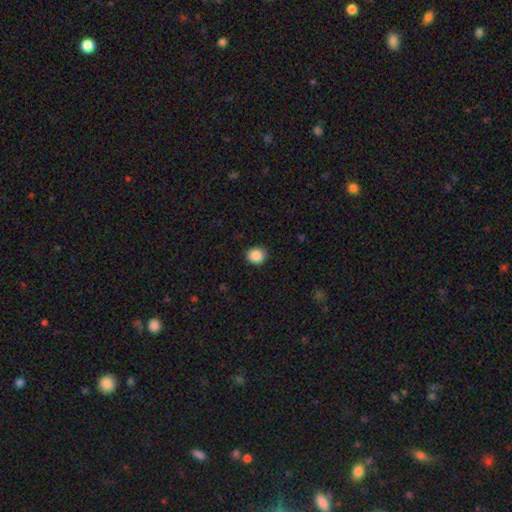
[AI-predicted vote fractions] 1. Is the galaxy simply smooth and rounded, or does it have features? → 88% smooth, 9% star or artifact, 3% featured or disk.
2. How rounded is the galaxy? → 84% round, 15% in between, 1% cigar-shaped.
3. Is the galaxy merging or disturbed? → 89% none, 8% minor disturbance, 2% major disturbance, 1% merger.